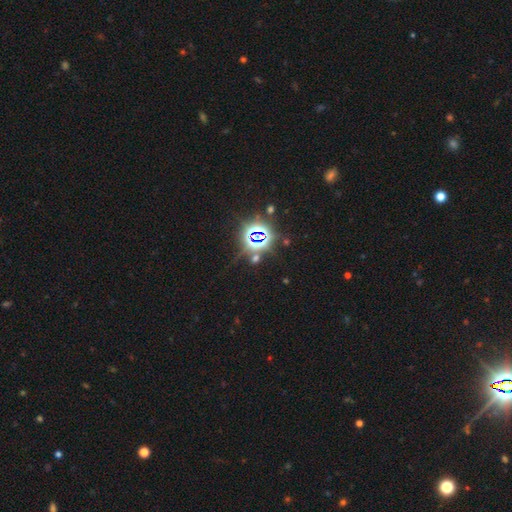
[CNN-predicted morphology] smooth_or_featured: star or artifact (p=0.82) [alt: smooth p=0.10]